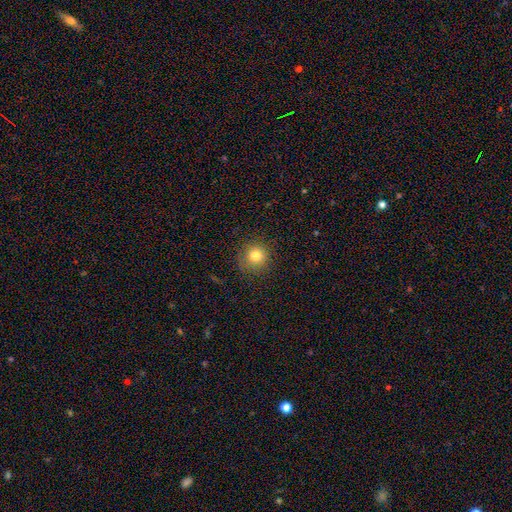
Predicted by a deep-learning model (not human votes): Morphology: type=smooth (79%); roundness=round (93%); merging=none (88%).